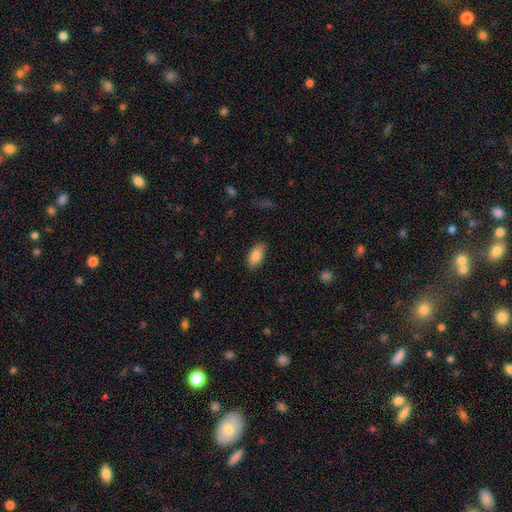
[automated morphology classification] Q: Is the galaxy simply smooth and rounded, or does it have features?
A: smooth — 86%.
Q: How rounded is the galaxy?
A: in between — 91%.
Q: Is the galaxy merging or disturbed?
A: none — 84%.